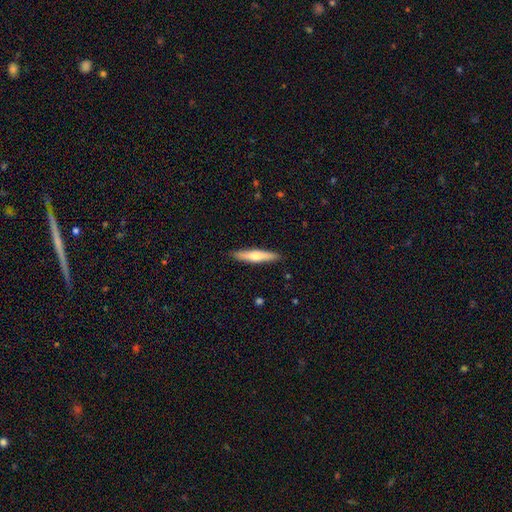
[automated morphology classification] Smooth or featured? smooth (56%)
How rounded? cigar-shaped (87%)
Merging? none (90%)